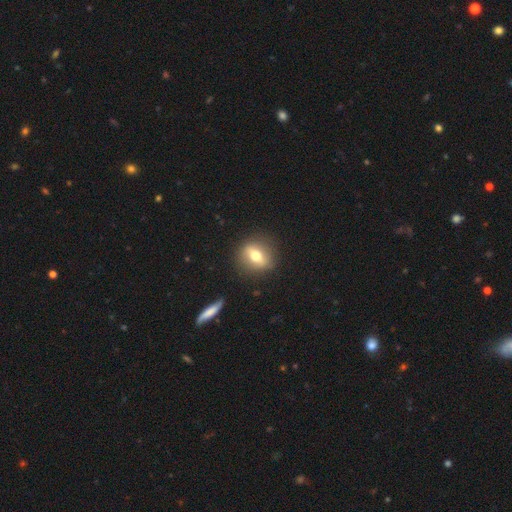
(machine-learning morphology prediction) The model was most divided on "smooth or featured": smooth: 51%, featured or disk: 40%, star or artifact: 9%. More confident: merging — none (84%); how rounded — round (53%).